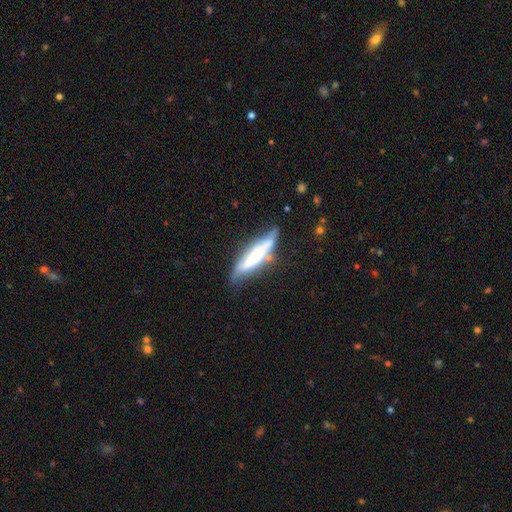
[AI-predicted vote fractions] Smooth or featured?
  - featured or disk: 49% *
  - smooth: 45%
  - star or artifact: 6%
Merging?
  - none: 59% *
  - minor disturbance: 26%
  - major disturbance: 8%
  - merger: 7%